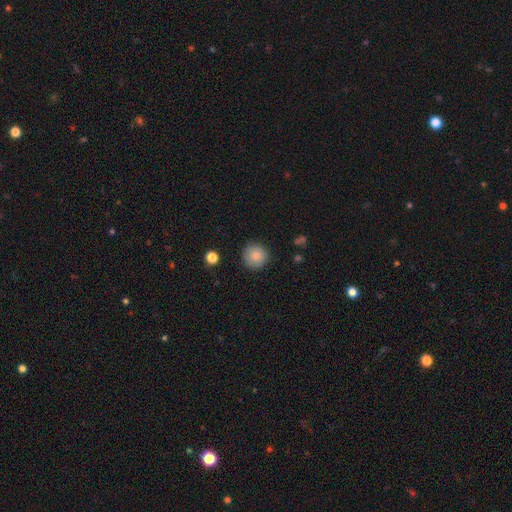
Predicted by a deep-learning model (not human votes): Smooth or featured: smooth — 83% (star or artifact — 9%)
How rounded: round — 95% (in between — 4%)
Merging: none — 88% (minor disturbance — 9%)